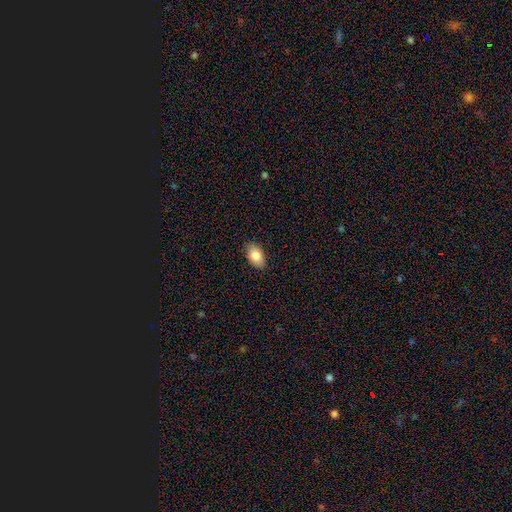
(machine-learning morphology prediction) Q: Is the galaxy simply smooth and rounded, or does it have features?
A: smooth — 86%.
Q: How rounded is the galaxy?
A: in between — 92%.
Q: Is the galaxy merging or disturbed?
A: none — 87%.